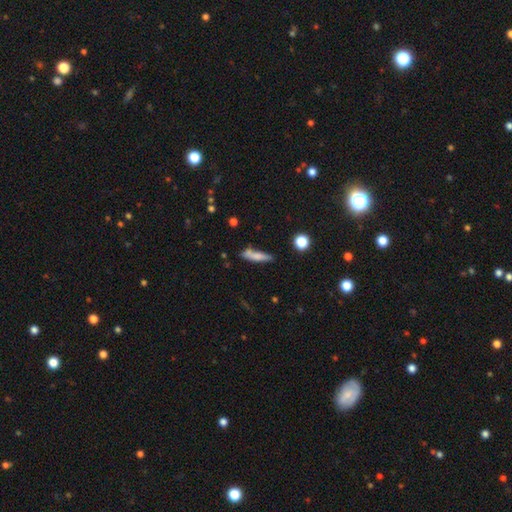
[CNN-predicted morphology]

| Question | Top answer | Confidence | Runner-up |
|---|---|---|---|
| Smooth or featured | smooth | 72% | featured or disk (20%) |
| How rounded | cigar-shaped | 79% | in between (18%) |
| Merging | none | 68% | minor disturbance (19%) |